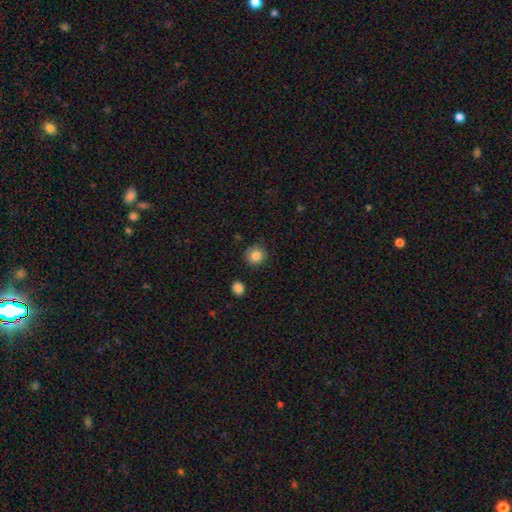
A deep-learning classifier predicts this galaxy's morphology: smooth_or_featured: smooth (p=0.85) [alt: star or artifact p=0.09]
how_rounded: round (p=0.90) [alt: in between p=0.09]
merging: none (p=0.85) [alt: minor disturbance p=0.10]